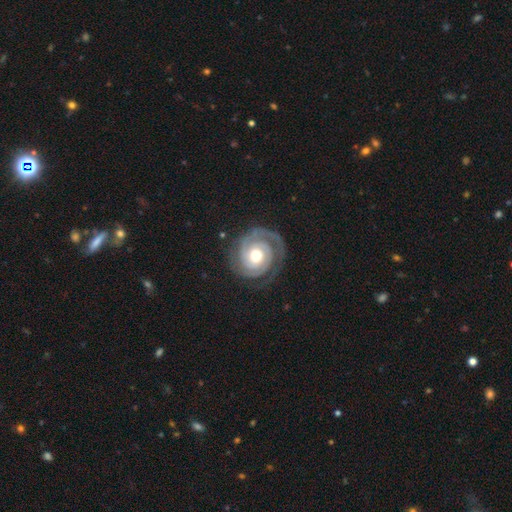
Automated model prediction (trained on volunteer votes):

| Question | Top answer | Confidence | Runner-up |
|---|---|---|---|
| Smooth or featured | featured or disk | 90% | smooth (6%) |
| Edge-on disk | no | 98% | yes (2%) |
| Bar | no | 71% | weak (22%) |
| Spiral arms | yes | 98% | no (2%) |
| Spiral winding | tight | 76% | medium (21%) |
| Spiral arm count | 2 | 74% | 3 (9%) |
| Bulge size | moderate | 71% | large (18%) |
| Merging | none | 79% | minor disturbance (13%) |